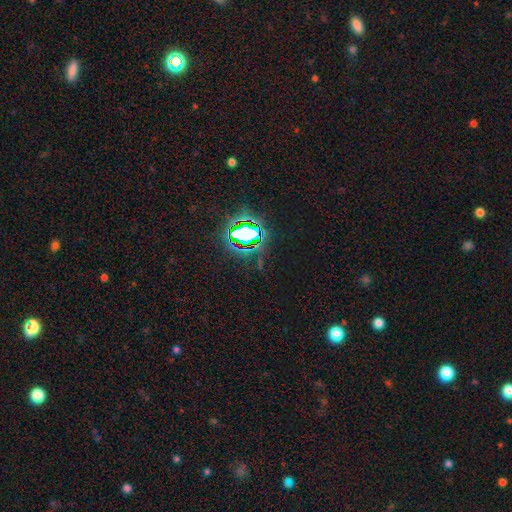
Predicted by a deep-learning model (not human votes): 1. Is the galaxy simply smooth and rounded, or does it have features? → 80% star or artifact, 12% smooth, 8% featured or disk.